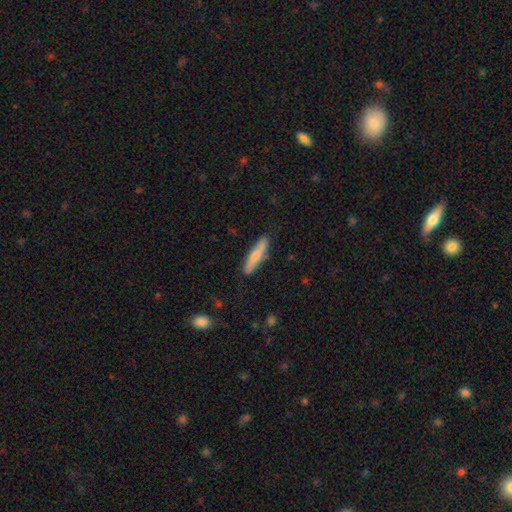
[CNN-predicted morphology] Smooth or featured?
  - smooth: 67% *
  - featured or disk: 28%
  - star or artifact: 5%
How rounded?
  - cigar-shaped: 87% *
  - in between: 11%
  - round: 2%
Merging?
  - none: 85% *
  - minor disturbance: 12%
  - major disturbance: 2%
  - merger: 2%